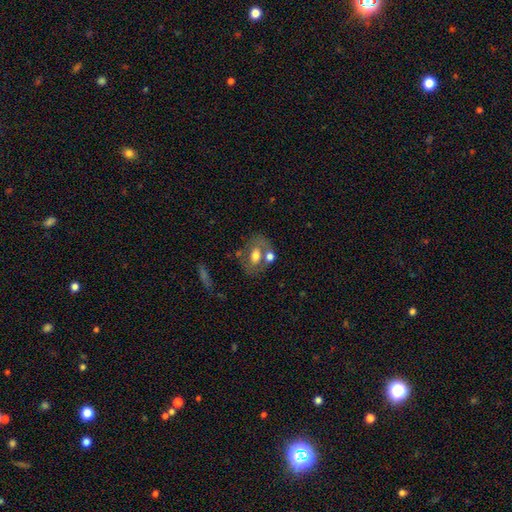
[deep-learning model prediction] smooth_or_featured: smooth (p=0.53) [alt: featured or disk p=0.39]
how_rounded: in between (p=0.76) [alt: round p=0.22]
merging: none (p=0.50) [alt: merger p=0.28]